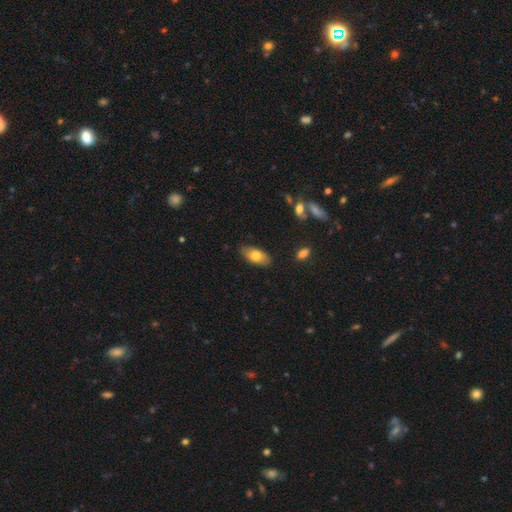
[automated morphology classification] Smooth or featured?
  - smooth: 75% *
  - featured or disk: 18%
  - star or artifact: 7%
How rounded?
  - in between: 90% *
  - cigar-shaped: 7%
  - round: 4%
Merging?
  - none: 85% *
  - minor disturbance: 12%
  - major disturbance: 2%
  - merger: 1%